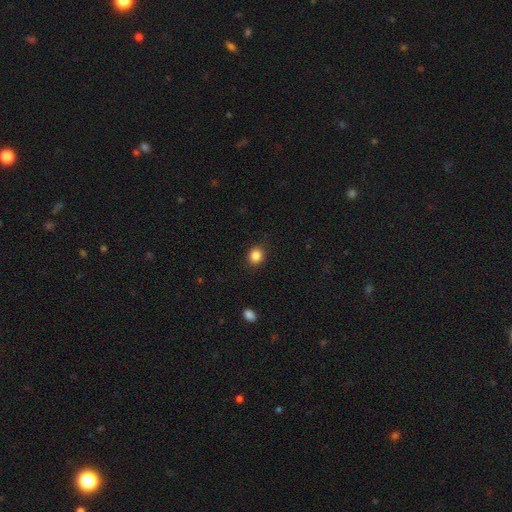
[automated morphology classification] smooth 85%, star or artifact 11%, featured or disk 4%. Down the decision tree: how rounded — round (78%); merging — none (87%).